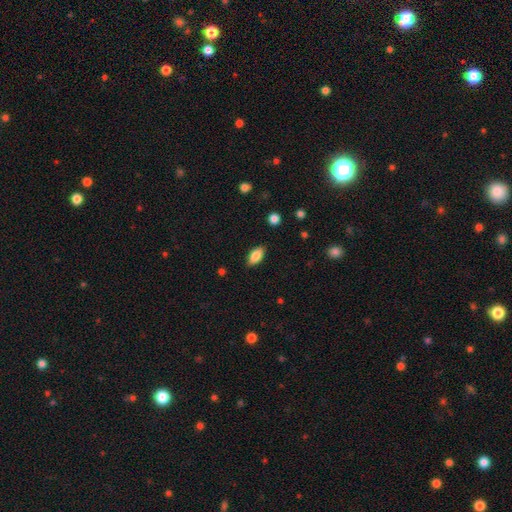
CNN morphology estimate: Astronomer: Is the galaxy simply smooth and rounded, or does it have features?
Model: smooth — 85%.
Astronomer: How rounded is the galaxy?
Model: in between — 90%.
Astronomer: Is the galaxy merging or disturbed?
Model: none — 86%.